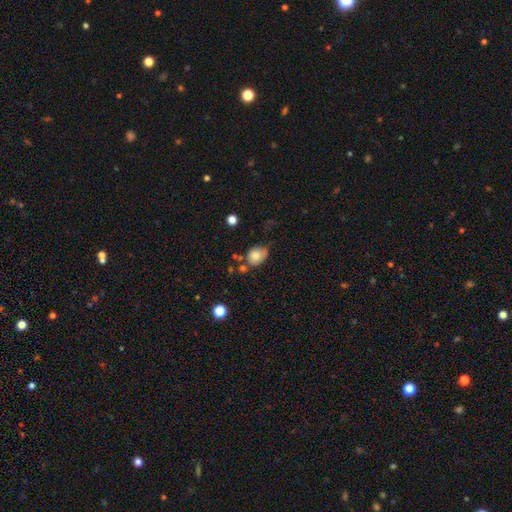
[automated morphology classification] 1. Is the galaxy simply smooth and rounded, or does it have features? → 78% smooth, 13% featured or disk, 9% star or artifact.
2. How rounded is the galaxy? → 63% in between, 35% round, 1% cigar-shaped.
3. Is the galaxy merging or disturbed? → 52% none, 31% minor disturbance, 9% merger, 8% major disturbance.